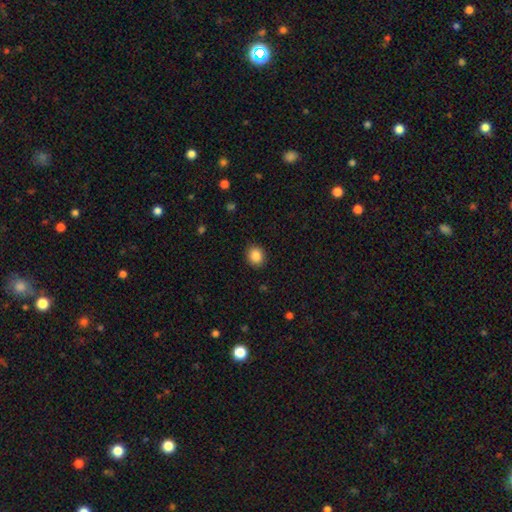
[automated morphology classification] smooth 87%, star or artifact 9%, featured or disk 4%. Down the decision tree: how rounded — round (69%); merging — none (89%).